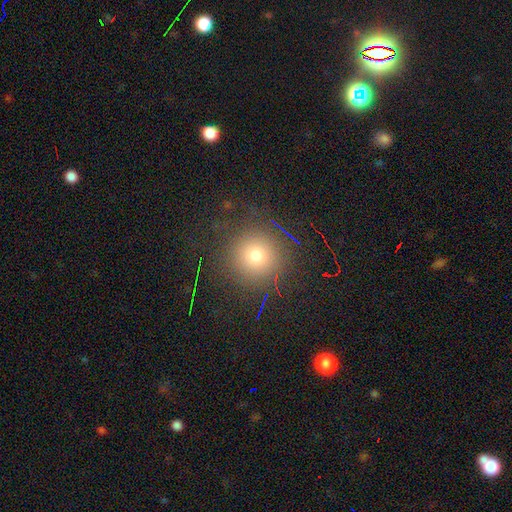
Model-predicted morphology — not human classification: smooth 69%, star or artifact 22%, featured or disk 9%. Down the decision tree: how rounded — round (94%); merging — none (87%).